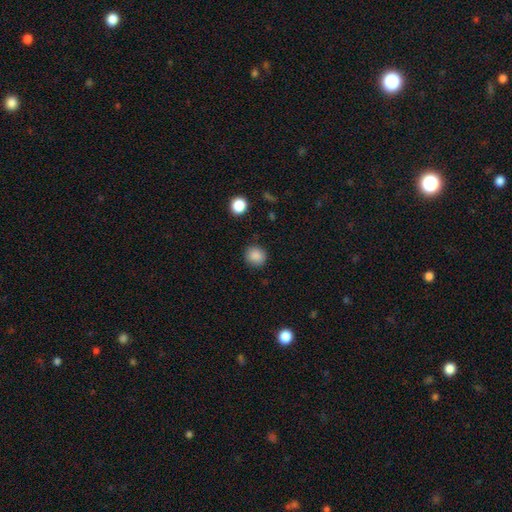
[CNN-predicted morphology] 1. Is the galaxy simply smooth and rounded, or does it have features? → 87% smooth, 10% star or artifact, 3% featured or disk.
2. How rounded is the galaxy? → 88% round, 11% in between, 1% cigar-shaped.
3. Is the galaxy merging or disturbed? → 88% none, 8% minor disturbance, 3% major disturbance, 1% merger.